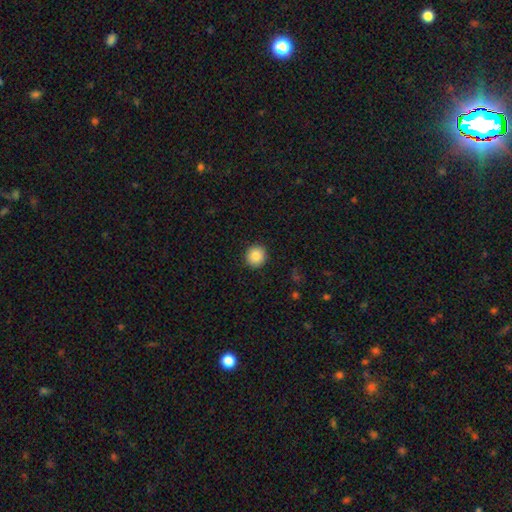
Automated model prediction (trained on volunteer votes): Overall: smooth (86%). How rounded: round (92%). Merging: none (92%).